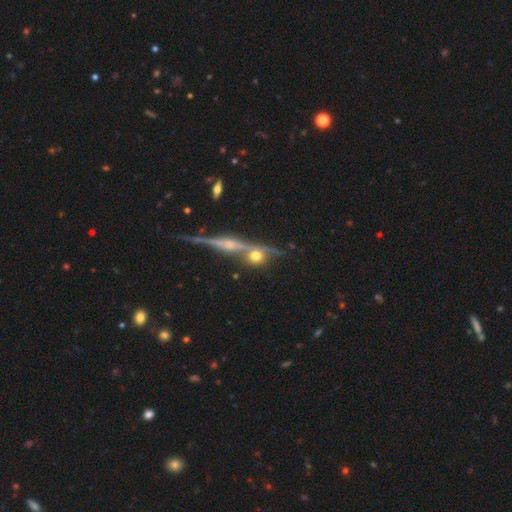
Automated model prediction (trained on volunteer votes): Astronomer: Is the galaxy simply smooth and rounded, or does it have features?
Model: featured or disk — 47% (runner-up: smooth, 38%).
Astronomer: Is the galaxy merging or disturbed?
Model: none — 50% (runner-up: merger, 33%).